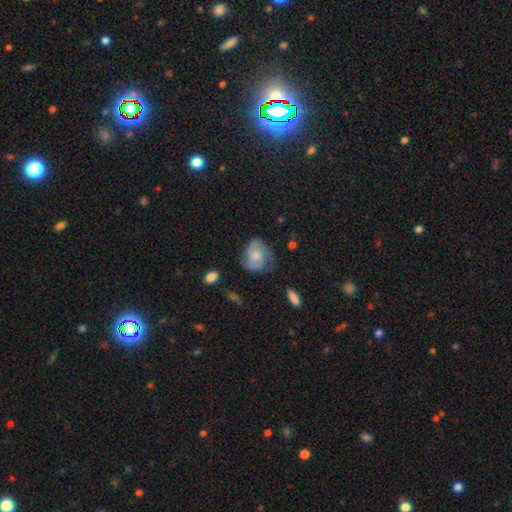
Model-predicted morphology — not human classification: Smooth or featured? Predicted: smooth (p=0.48). Merging? Predicted: none (p=0.58).